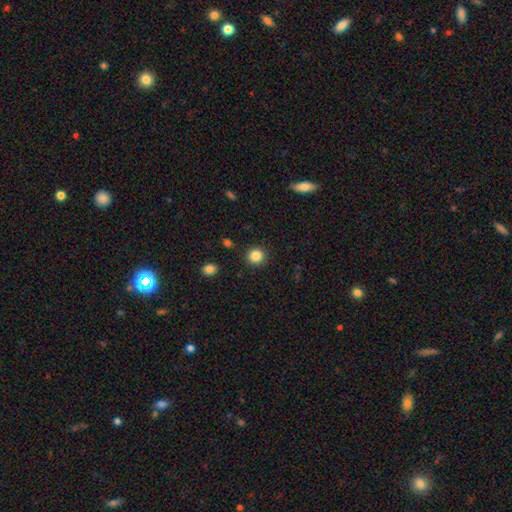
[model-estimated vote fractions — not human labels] This appears to be a smooth galaxy with no disk features (85%) that is round (91%). Merging: none (90%).